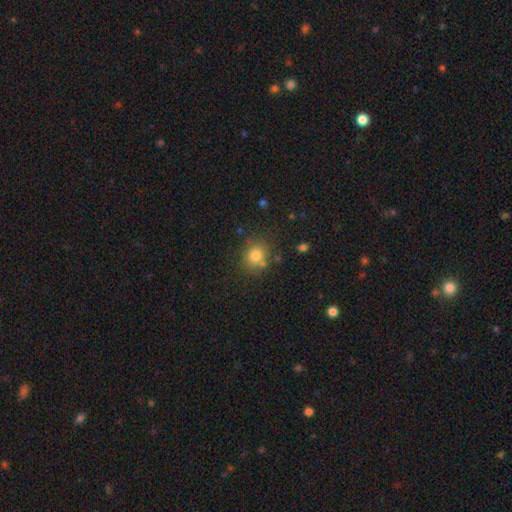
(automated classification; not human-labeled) Smooth or featured: smooth — 80% (star or artifact — 12%)
How rounded: round — 68% (in between — 32%)
Merging: none — 74% (minor disturbance — 14%)